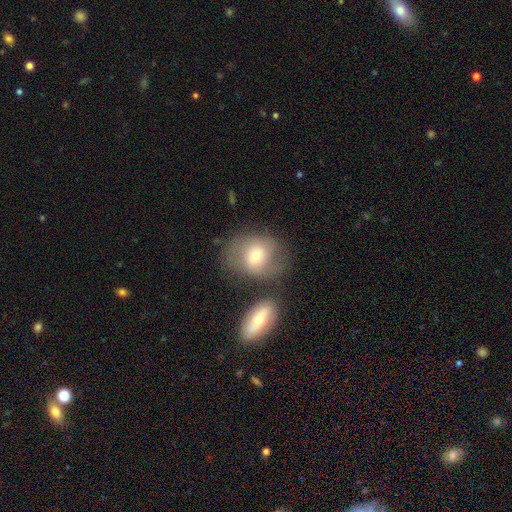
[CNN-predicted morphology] Overall: smooth (60%; featured or disk 31%). How rounded: round (52%; in between 47%). Merging: none (51%; merger 22%).